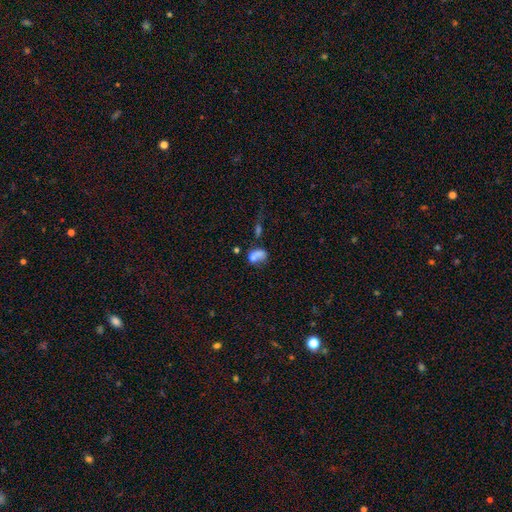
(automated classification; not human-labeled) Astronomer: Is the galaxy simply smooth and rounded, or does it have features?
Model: smooth — 66%.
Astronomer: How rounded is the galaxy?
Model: in between — 68%.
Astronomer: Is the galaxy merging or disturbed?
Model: merger — 35% (runner-up: none, 26%).